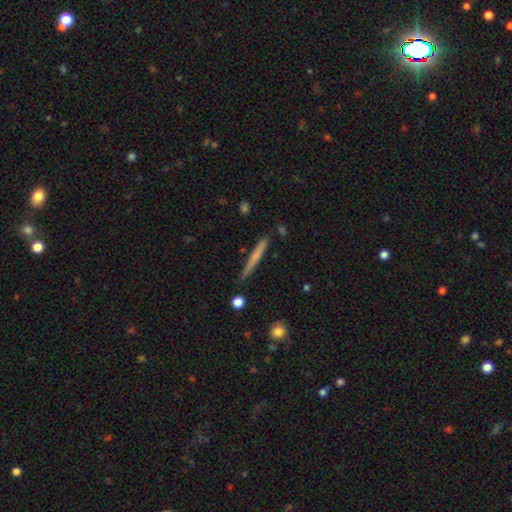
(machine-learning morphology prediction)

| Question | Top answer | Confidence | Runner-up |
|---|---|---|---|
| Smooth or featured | smooth | 63% | featured or disk (31%) |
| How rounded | cigar-shaped | 96% | in between (2%) |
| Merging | none | 84% | minor disturbance (12%) |